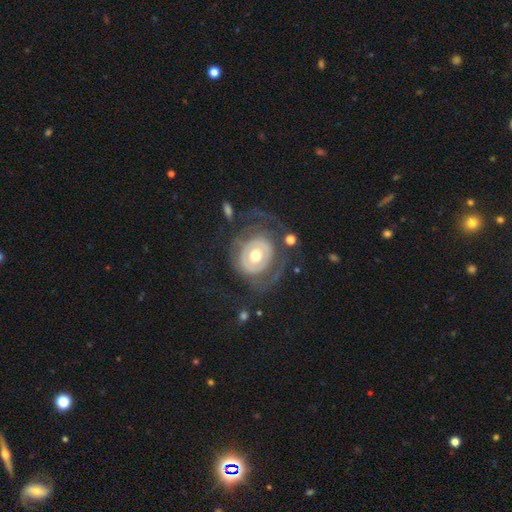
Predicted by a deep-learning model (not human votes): Smooth or featured? featured or disk (73%)
Edge-on disk? no (96%)
Bar? no (76%)
Spiral arms? yes (54%)
Bulge size? moderate (71%)
Merging? none (50%)